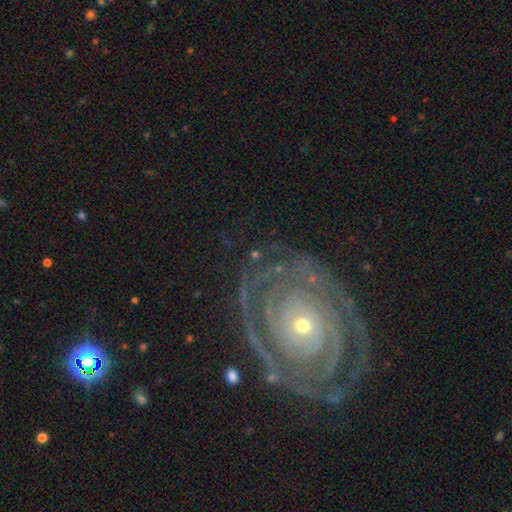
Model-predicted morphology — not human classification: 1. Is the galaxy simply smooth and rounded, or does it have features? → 80% featured or disk, 11% smooth, 10% star or artifact.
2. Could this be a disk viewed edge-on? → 96% no, 4% yes.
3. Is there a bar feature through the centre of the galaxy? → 78% no, 14% weak, 8% strong.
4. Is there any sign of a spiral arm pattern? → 90% yes, 10% no.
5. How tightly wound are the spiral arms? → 79% tight, 17% medium, 5% loose.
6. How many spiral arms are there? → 29% can't tell, 27% 2, 16% 3, 11% 4, 10% more than 4, 7% 1.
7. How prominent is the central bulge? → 60% small, 35% moderate, 2% large, 1% dominant, 1% none.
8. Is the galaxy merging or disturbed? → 74% none, 14% minor disturbance, 9% major disturbance, 3% merger.